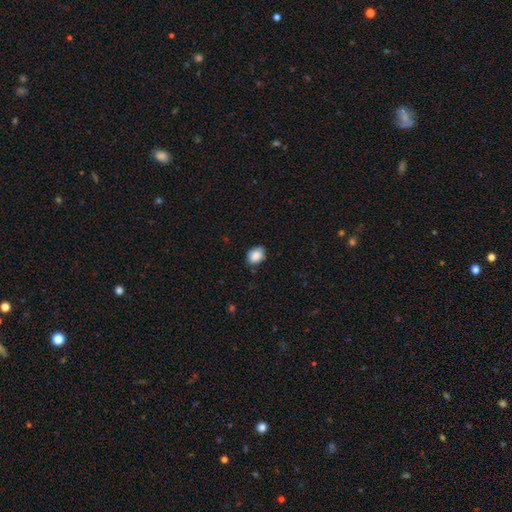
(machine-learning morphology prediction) Smooth or featured? smooth (87%)
How rounded? in between (63%)
Merging? none (73%)